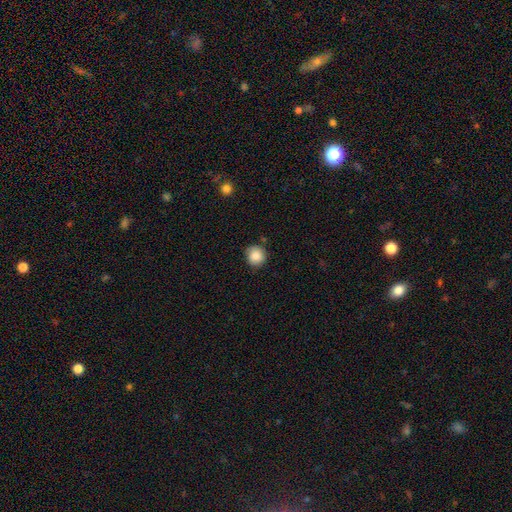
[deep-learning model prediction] Smooth or featured: smooth — 87% (star or artifact — 9%)
How rounded: round — 91% (in between — 8%)
Merging: none — 82% (minor disturbance — 13%)